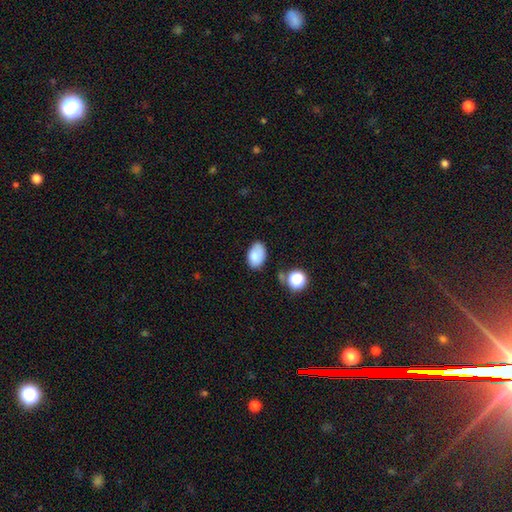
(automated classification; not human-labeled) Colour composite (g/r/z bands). It shows a smooth galaxy with no disk features (82%) that is in between round and cigar-shaped (90%). Merging: none (64%).